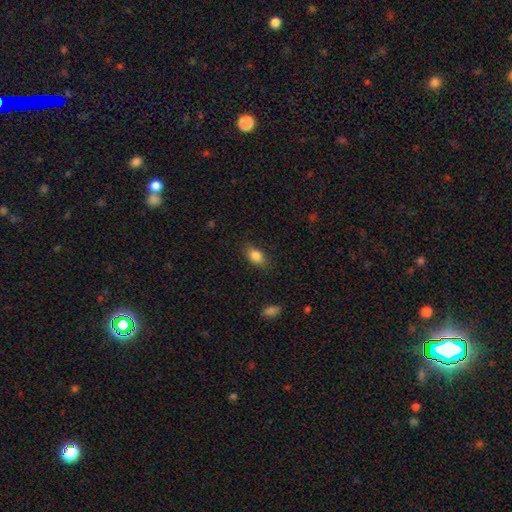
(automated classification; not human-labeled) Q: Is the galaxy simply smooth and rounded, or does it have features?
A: smooth — 82%.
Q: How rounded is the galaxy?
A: in between — 86%.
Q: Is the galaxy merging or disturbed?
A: none — 84%.